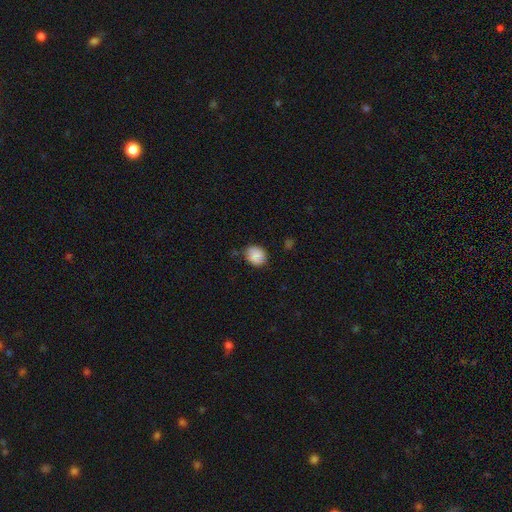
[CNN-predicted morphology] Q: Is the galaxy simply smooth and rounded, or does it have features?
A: smooth — 84%.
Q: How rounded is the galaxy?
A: round — 60%.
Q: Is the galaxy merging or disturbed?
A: none — 75%.